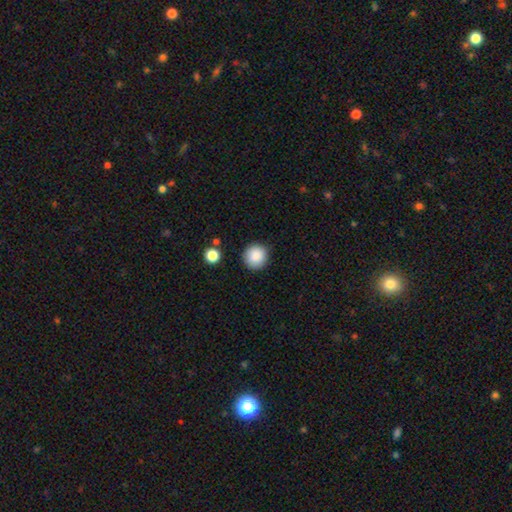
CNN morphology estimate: Smooth or featured? Predicted: smooth (p=0.88). How rounded? Predicted: round (p=0.94). Merging? Predicted: none (p=0.89).